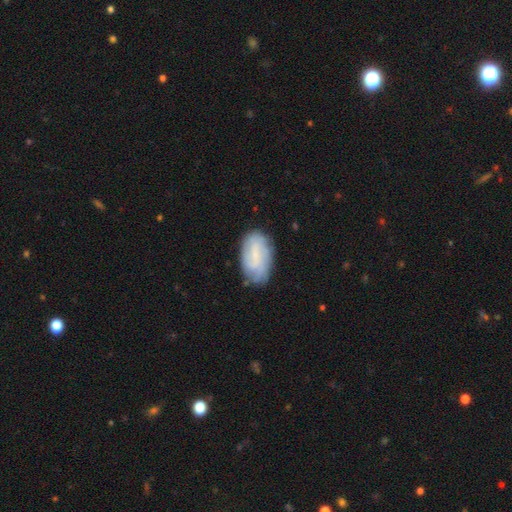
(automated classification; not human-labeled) smooth-or-featured: featured or disk: 48% | smooth: 44% | star or artifact: 8%
  merging: none: 71% | minor disturbance: 21% | major disturbance: 6% | merger: 2%